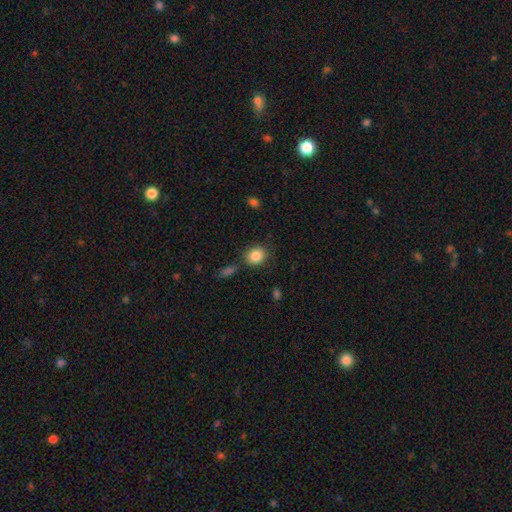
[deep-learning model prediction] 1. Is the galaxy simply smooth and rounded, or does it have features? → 85% smooth, 9% star or artifact, 6% featured or disk.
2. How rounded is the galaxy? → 66% round, 33% in between, 1% cigar-shaped.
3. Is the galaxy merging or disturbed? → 76% none, 13% minor disturbance, 7% merger, 4% major disturbance.